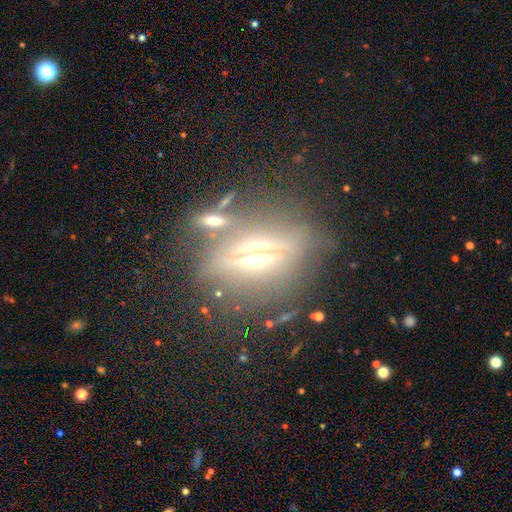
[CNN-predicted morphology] Smooth or featured? Predicted: featured or disk (p=0.66). Edge-on disk? Predicted: yes (p=0.82). Edge-on bulge? Predicted: rounded (p=0.85). Merging? Predicted: none (p=0.69).